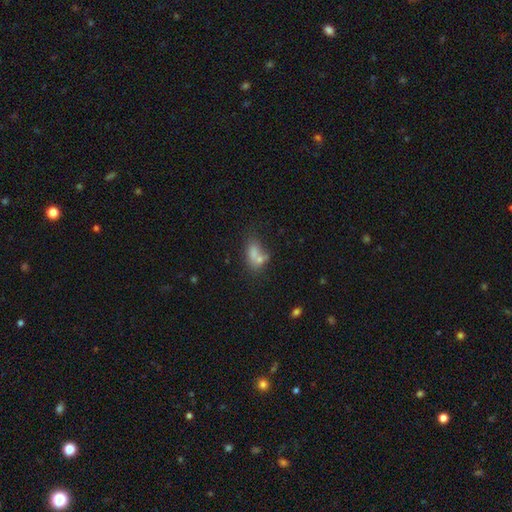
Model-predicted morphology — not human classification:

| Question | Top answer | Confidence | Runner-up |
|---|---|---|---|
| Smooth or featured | smooth | 70% | featured or disk (18%) |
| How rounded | in between | 80% | round (16%) |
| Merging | merger | 46% | none (28%) |